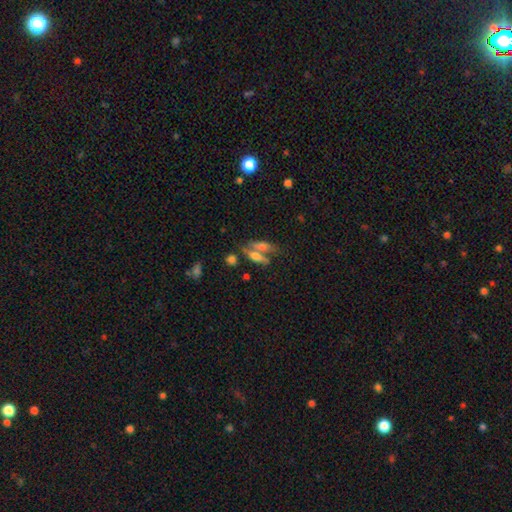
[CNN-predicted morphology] smooth_or_featured: smooth (p=0.58) [alt: featured or disk p=0.31]
how_rounded: in between (p=0.59) [alt: cigar-shaped p=0.35]
merging: merger (p=0.41) [tied with: none p=0.41]